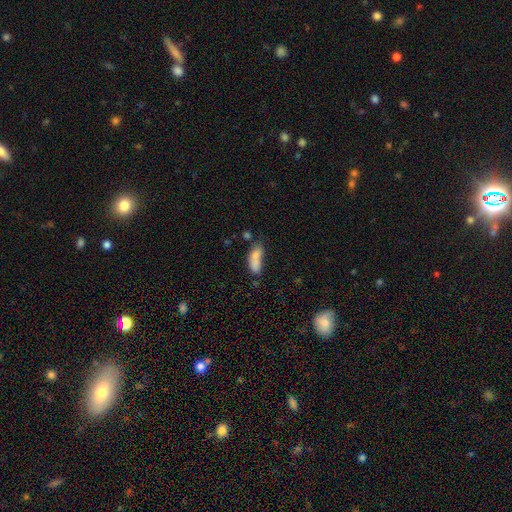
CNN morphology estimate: type=smooth (77%); roundness=in between (71%); merging=none (36%).